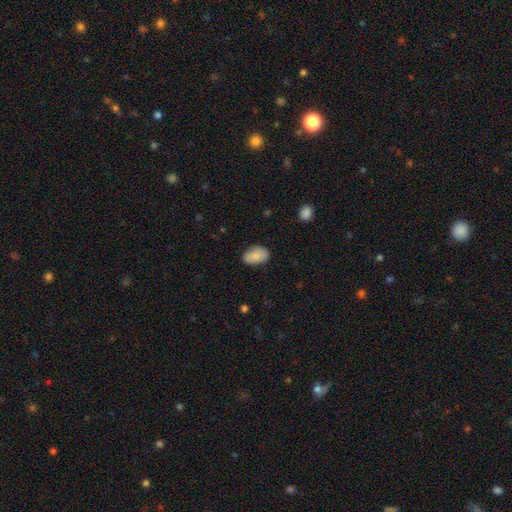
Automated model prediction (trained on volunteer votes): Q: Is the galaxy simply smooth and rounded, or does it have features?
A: smooth — 82%.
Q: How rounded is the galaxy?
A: in between — 88%.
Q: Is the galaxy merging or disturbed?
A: none — 81%.